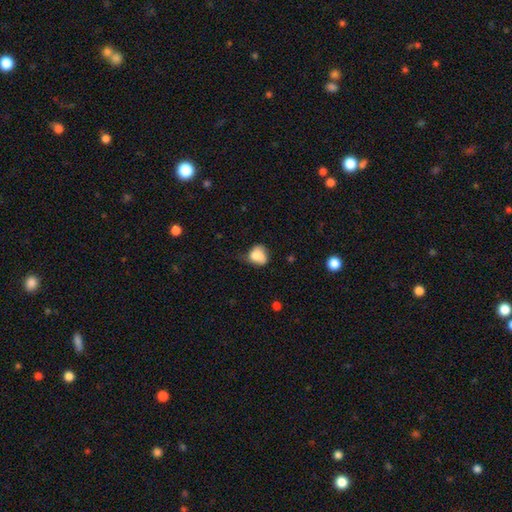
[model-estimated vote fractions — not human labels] Morphology: type=smooth (79%); roundness=round (54%); merging=minor disturbance (42%).